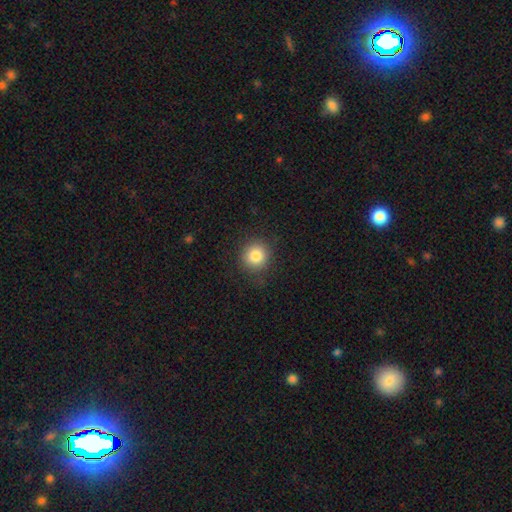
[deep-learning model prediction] The model was most divided on "smooth or featured": smooth: 83%, star or artifact: 10%, featured or disk: 6%. More confident: how rounded — round (92%); merging — none (87%).